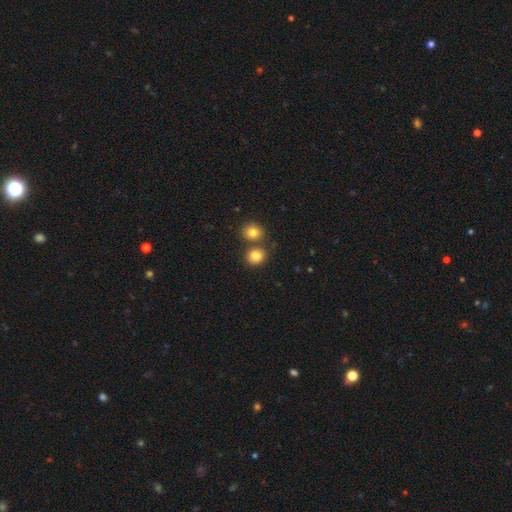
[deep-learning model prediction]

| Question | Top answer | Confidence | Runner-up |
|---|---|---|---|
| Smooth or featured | smooth | 83% | star or artifact (11%) |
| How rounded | round | 70% | in between (29%) |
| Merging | none | 62% | merger (26%) |